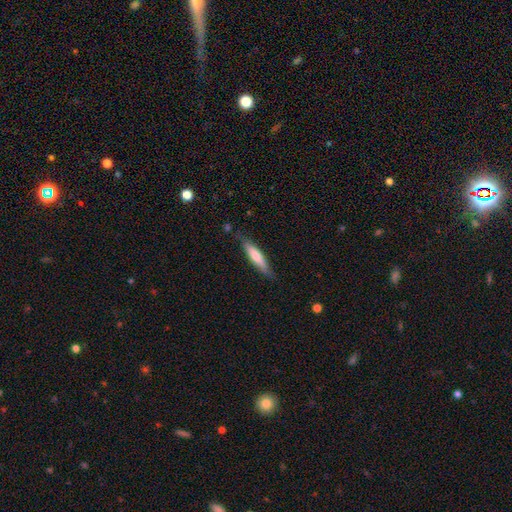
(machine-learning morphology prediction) Overall: smooth (65%; featured or disk 30%). How rounded: cigar-shaped (83%). Merging: none (80%).